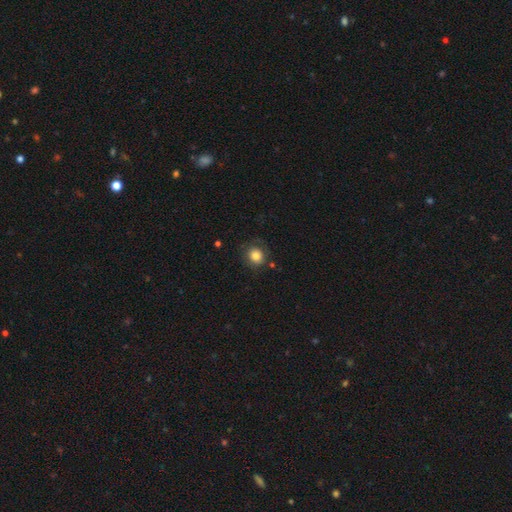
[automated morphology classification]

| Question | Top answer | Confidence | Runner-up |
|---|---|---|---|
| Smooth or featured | smooth | 79% | featured or disk (11%) |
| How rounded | round | 84% | in between (15%) |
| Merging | none | 75% | minor disturbance (16%) |